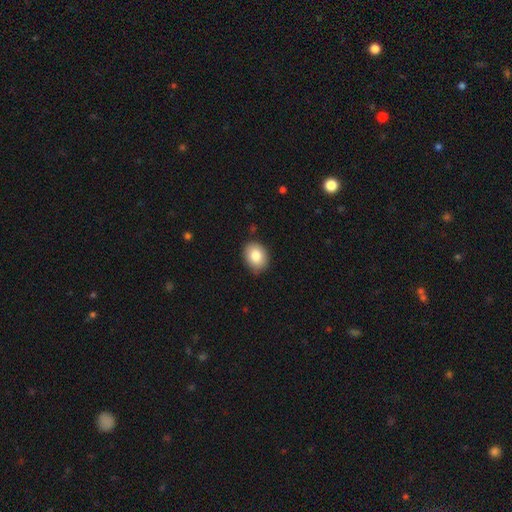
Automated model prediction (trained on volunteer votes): A smooth galaxy with no disk features (83%) that is in between round and cigar-shaped (59%).

Vote fractions:
- Smooth or featured? smooth: 83% / featured or disk: 9% / star or artifact: 8%
- How rounded? in between: 59% / round: 40% / cigar-shaped: 1%
- Merging? none: 85% / minor disturbance: 11% / major disturbance: 2% / merger: 1%